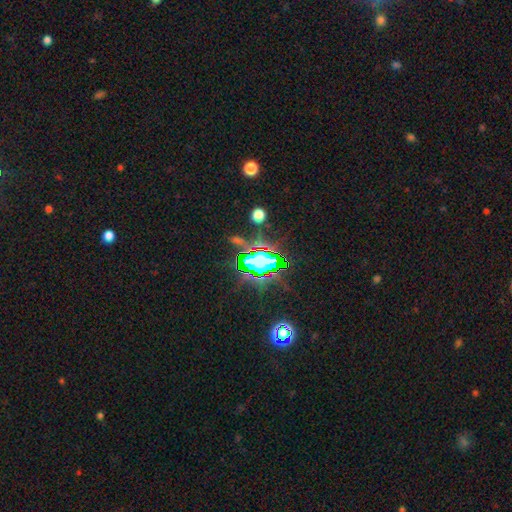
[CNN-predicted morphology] smooth-or-featured: star or artifact: 66% | smooth: 20% | featured or disk: 14%